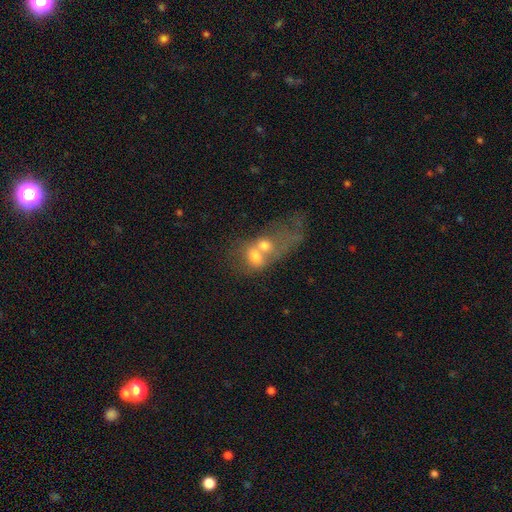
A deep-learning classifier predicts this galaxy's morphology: Smooth or featured? Predicted: smooth (p=0.54). How rounded? Predicted: in between (p=0.58). Merging? Predicted: merger (p=0.76).